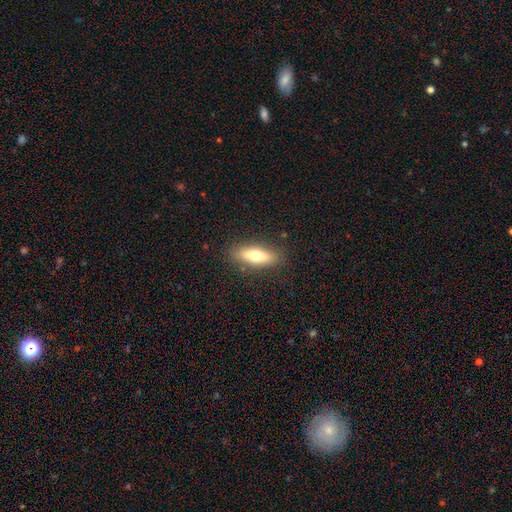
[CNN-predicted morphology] Smooth or featured: smooth — 66% (featured or disk — 27%)
How rounded: in between — 53% (cigar-shaped — 45%)
Merging: none — 86% (minor disturbance — 10%)